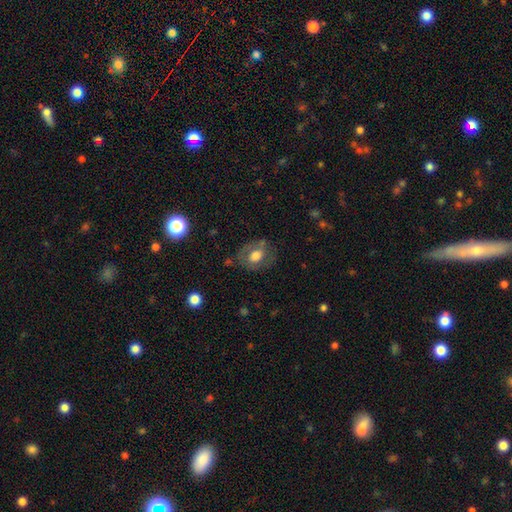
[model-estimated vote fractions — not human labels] This is possibly a smooth galaxy (59%). How rounded: possibly in between (51%). Merging: likely none (67%).